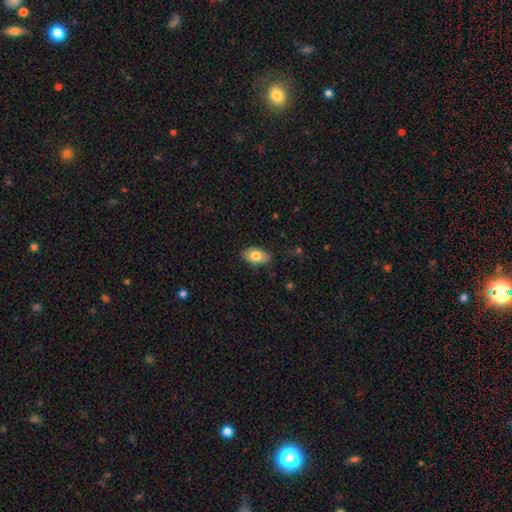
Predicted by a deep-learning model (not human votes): smooth-or-featured: smooth: 79% | featured or disk: 14% | star or artifact: 7%
  how-rounded: in between: 92% | round: 6% | cigar-shaped: 2%
  merging: none: 81% | minor disturbance: 15% | major disturbance: 3% | merger: 1%